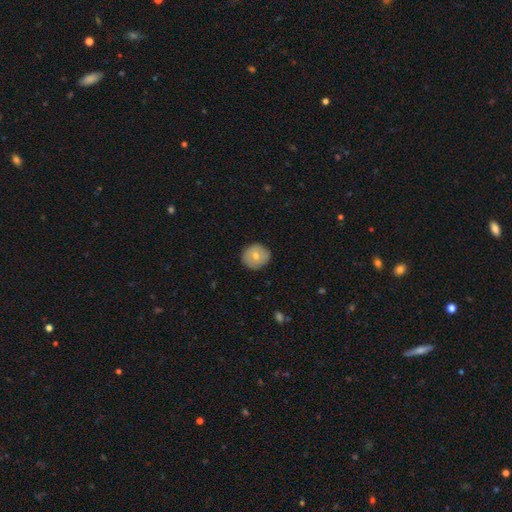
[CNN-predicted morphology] A smooth galaxy with no disk features (69%) that is round (87%). Merging: none (86%).